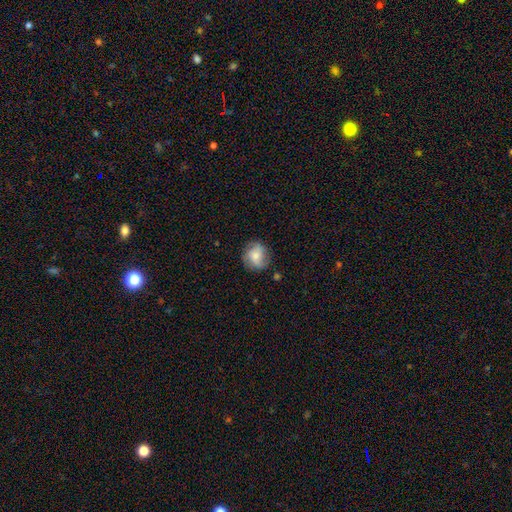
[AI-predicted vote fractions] A smooth galaxy with no disk features (49%).

Vote fractions:
- Smooth or featured? smooth: 49% / featured or disk: 43% / star or artifact: 9%
- Merging? none: 76% / minor disturbance: 17% / major disturbance: 5% / merger: 2%